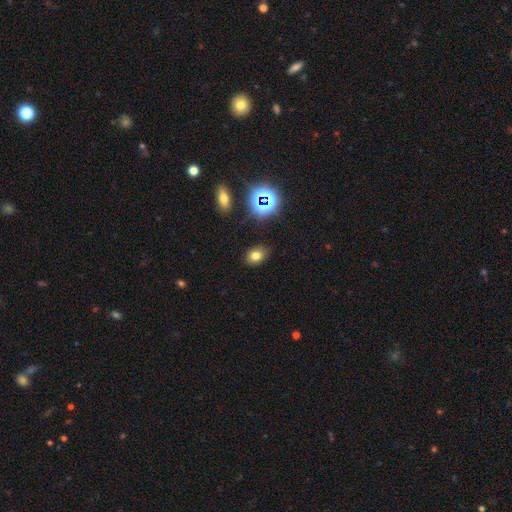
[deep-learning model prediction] Smooth or featured? Predicted: smooth (p=0.71). How rounded? Predicted: in between (p=0.68). Merging? Predicted: none (p=0.83).